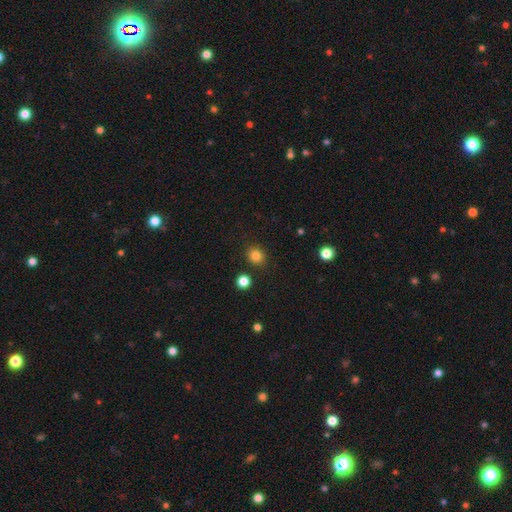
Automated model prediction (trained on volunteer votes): This appears to be a smooth galaxy with no disk features (83%) that is round (80%). Merging: none (88%).